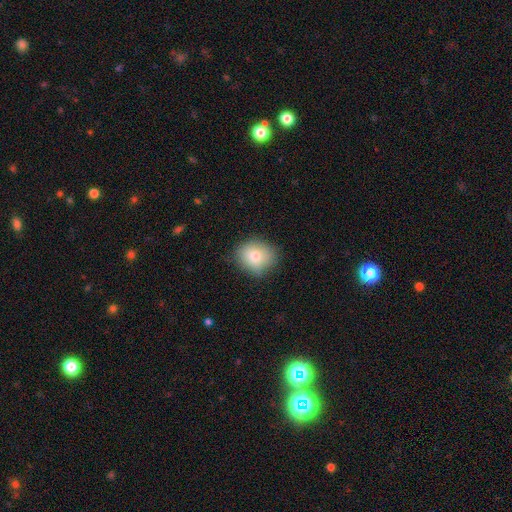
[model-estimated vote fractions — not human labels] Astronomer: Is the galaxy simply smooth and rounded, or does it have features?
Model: smooth — 79%.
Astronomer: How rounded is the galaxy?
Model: round — 70%.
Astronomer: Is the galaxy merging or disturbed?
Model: none — 80%.